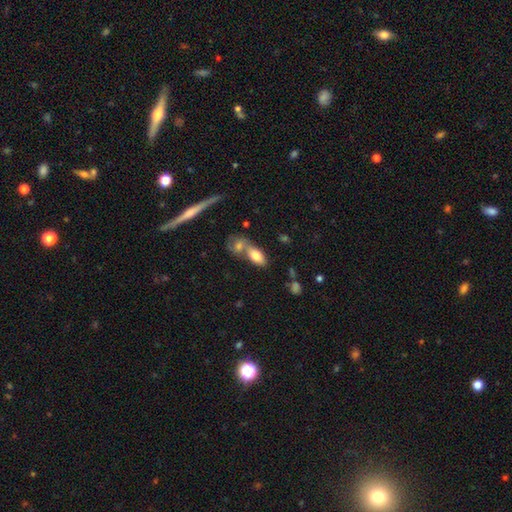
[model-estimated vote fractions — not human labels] A smooth galaxy with no disk features (77%) that is in between round and cigar-shaped (85%). Merging: merger (47%).